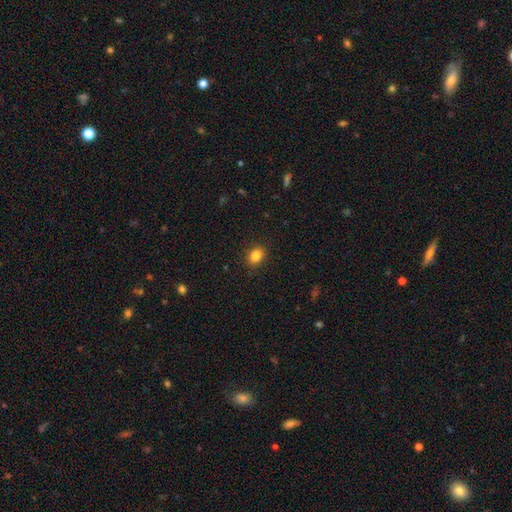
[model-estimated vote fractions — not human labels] This is clearly a smooth galaxy (85%). How rounded: likely in between (64%). Merging: clearly none (89%).